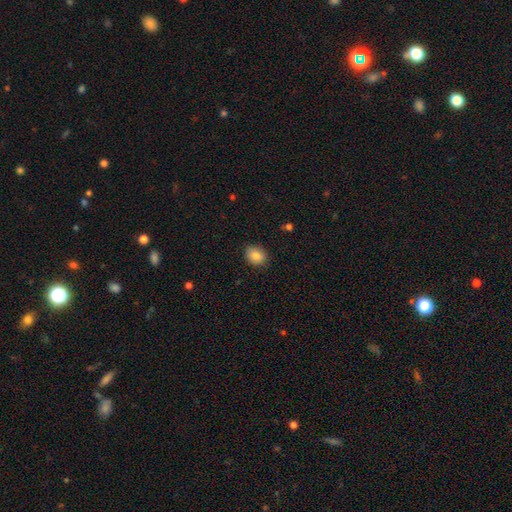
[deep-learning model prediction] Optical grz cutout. It shows a smooth galaxy with no disk features (85%) that is round (56%). Merging: none (87%).